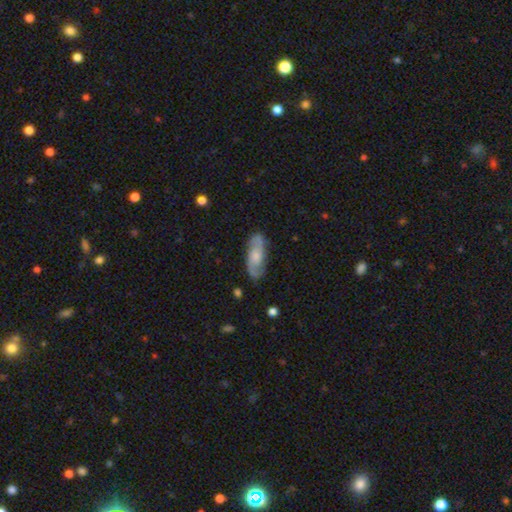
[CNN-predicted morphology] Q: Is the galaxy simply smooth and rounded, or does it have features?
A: featured or disk — 66%.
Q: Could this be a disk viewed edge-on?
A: no — 90%.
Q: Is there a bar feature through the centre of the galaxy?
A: no — 63%.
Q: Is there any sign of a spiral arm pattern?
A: yes — 92%.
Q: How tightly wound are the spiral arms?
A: medium — 48%.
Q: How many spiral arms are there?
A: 2 — 87%.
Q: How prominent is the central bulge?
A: moderate — 38%.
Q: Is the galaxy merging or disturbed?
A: none — 80%.